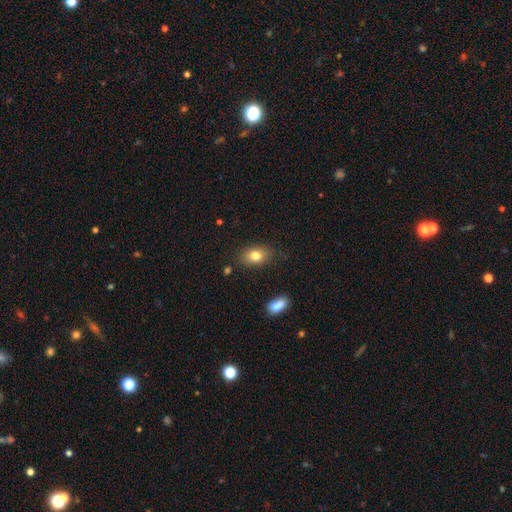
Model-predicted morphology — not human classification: The model was most divided on "how rounded": in between: 79%, round: 19%, cigar-shaped: 2%. More confident: merging — none (80%); smooth or featured — smooth (79%).